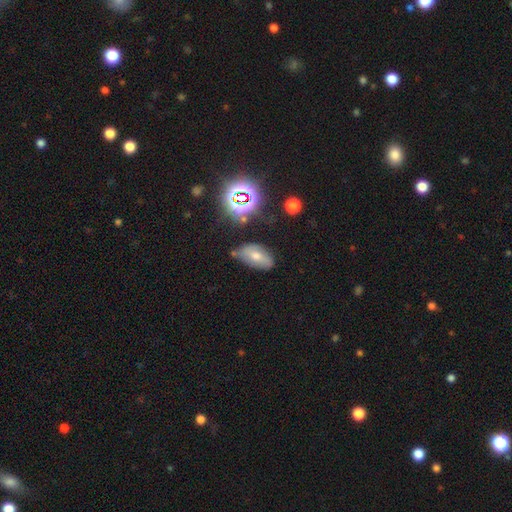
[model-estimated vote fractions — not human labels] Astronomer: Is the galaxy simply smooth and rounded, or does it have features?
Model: smooth — 40% (runner-up: featured or disk, 31%).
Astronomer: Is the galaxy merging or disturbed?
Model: none — 64%.